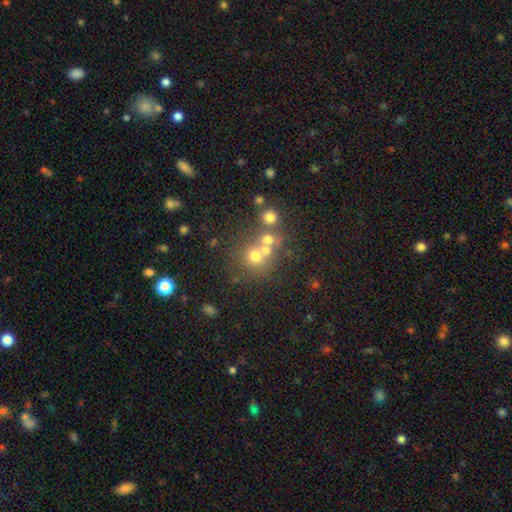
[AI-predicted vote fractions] This is likely a smooth galaxy (61%). How rounded: clearly round (86%). Merging: possibly none (48%).